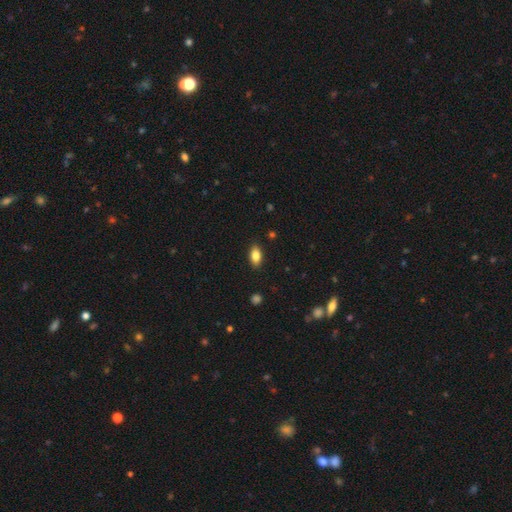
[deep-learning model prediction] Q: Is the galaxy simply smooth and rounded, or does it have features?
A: smooth — 83%.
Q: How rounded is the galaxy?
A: in between — 89%.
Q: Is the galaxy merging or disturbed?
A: none — 87%.